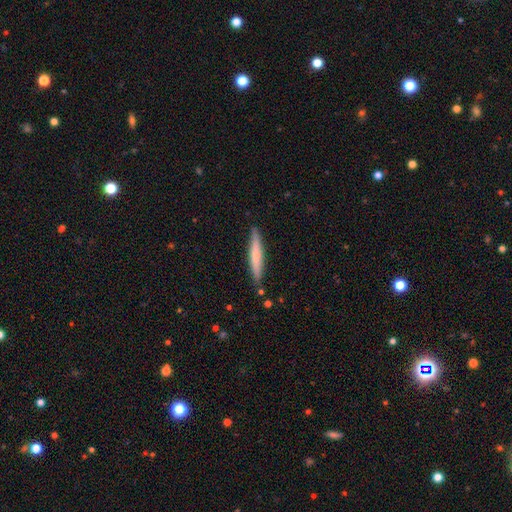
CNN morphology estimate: Smooth or featured?
  - smooth: 65% *
  - featured or disk: 30%
  - star or artifact: 5%
How rounded?
  - cigar-shaped: 94% *
  - in between: 5%
  - round: 1%
Merging?
  - none: 87% *
  - minor disturbance: 10%
  - merger: 2%
  - major disturbance: 2%